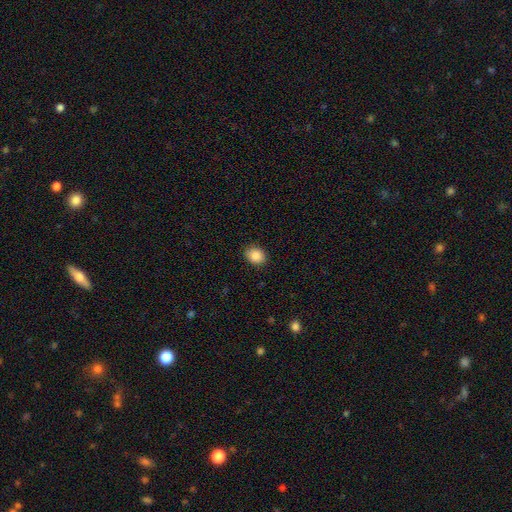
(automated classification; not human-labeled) Smooth or featured? Predicted: smooth (p=0.88). How rounded? Predicted: round (p=0.54). Merging? Predicted: none (p=0.88).